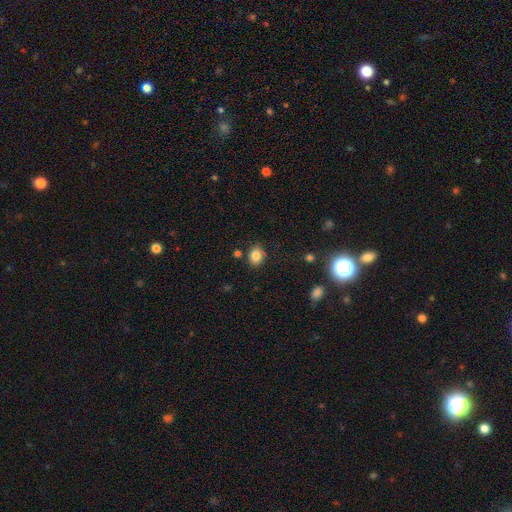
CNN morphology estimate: A smooth galaxy with no disk features (82%) that is in between round and cigar-shaped (50%).

Vote fractions:
- Smooth or featured? smooth: 82% / star or artifact: 11% / featured or disk: 7%
- How rounded? in between: 50% / round: 49% / cigar-shaped: 1%
- Merging? none: 78% / minor disturbance: 14% / merger: 4% / major disturbance: 3%